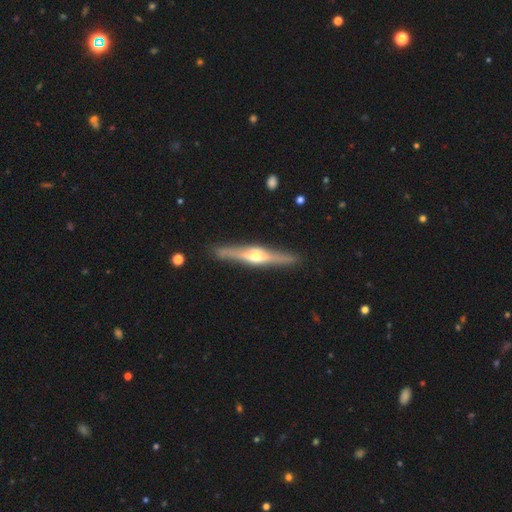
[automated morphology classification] A featured or disk galaxy (77%) viewed edge-on (97%) with a rounded central bulge (91%). Merging: none (90%).